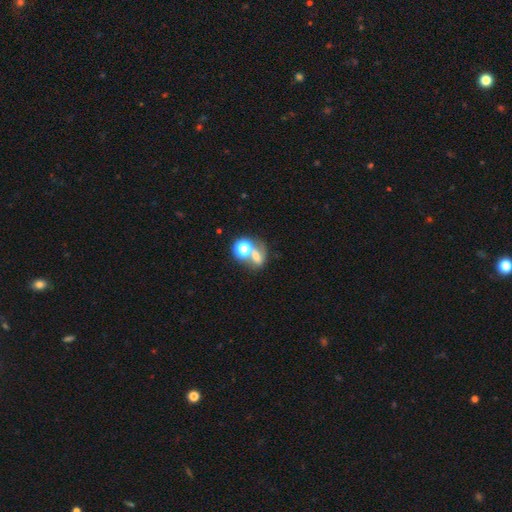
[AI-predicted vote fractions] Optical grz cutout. It shows a smooth galaxy with no disk features (54%) that is in between round and cigar-shaped (55%). Merging: merger (49%).